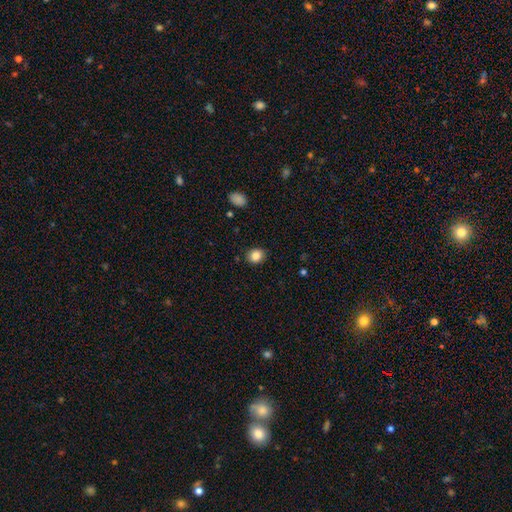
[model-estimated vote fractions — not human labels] Overall: smooth (85%). How rounded: round (70%; in between 30%). Merging: none (89%).